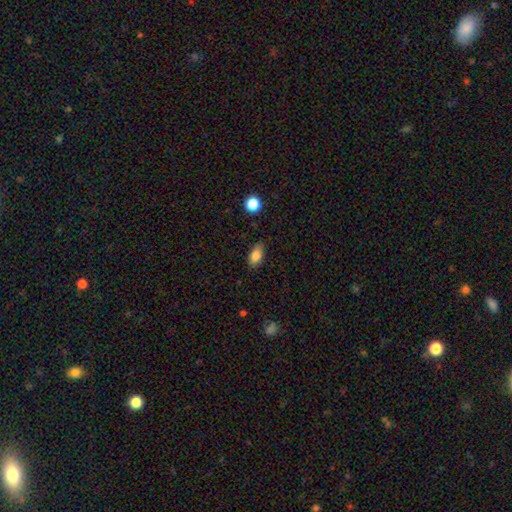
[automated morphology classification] This appears to be a smooth galaxy with no disk features (84%) that is in between round and cigar-shaped (89%). Merging: none (79%).